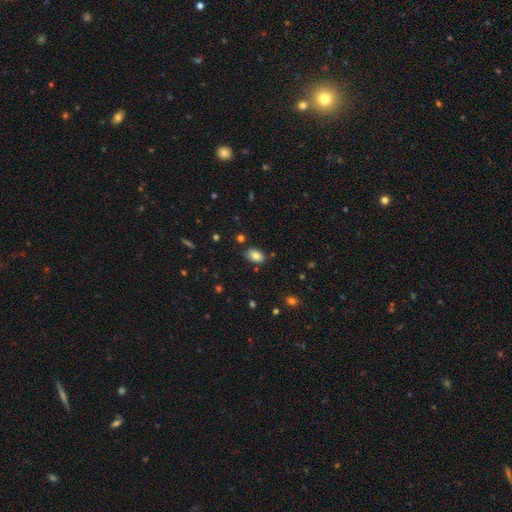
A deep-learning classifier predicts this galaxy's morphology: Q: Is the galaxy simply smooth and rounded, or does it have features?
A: smooth — 80%.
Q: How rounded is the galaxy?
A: in between — 89%.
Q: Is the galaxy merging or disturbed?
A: none — 81%.